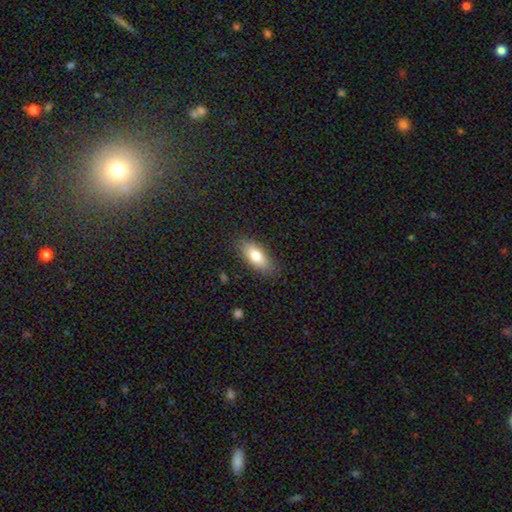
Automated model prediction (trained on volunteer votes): smooth-or-featured: smooth: 79% | featured or disk: 15% | star or artifact: 7%
  how-rounded: in between: 82% | cigar-shaped: 15% | round: 3%
  merging: none: 84% | minor disturbance: 12% | major disturbance: 3% | merger: 1%